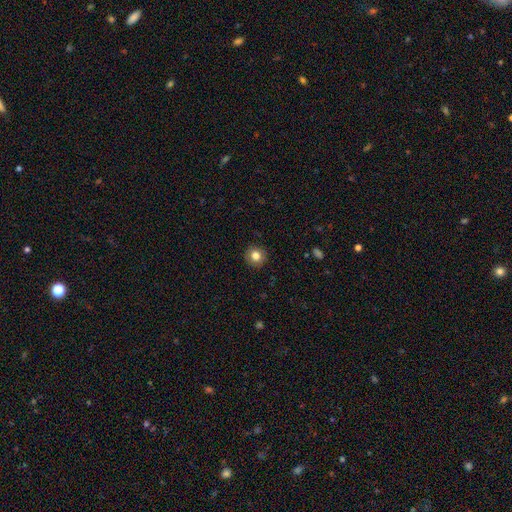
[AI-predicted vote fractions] Smooth or featured? smooth (82%)
How rounded? round (93%)
Merging? none (92%)